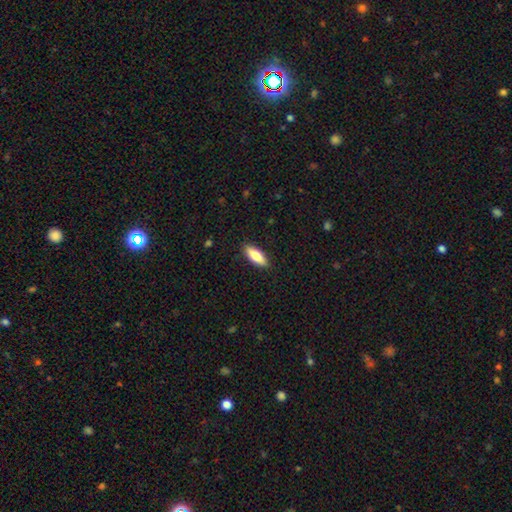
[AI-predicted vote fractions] Morphology: type=smooth (77%); roundness=in between (68%); merging=none (89%).